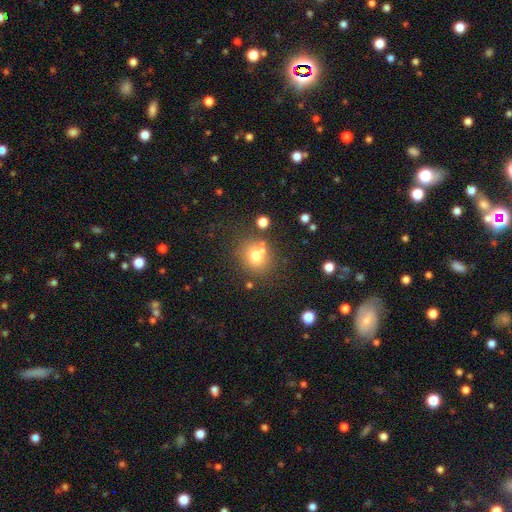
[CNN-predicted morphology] Smooth or featured?
  - smooth: 71% *
  - star or artifact: 15%
  - featured or disk: 14%
How rounded?
  - round: 78% *
  - in between: 21%
  - cigar-shaped: 1%
Merging?
  - none: 68% *
  - merger: 15%
  - minor disturbance: 12%
  - major disturbance: 5%